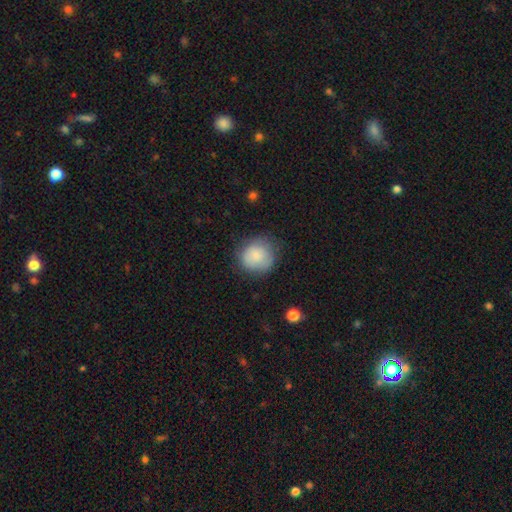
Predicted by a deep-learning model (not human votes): A smooth galaxy with no disk features (81%) that is round (87%).

Vote fractions:
- Smooth or featured? smooth: 81% / featured or disk: 12% / star or artifact: 7%
- How rounded? round: 87% / in between: 12% / cigar-shaped: 1%
- Merging? none: 68% / minor disturbance: 22% / major disturbance: 8% / merger: 2%